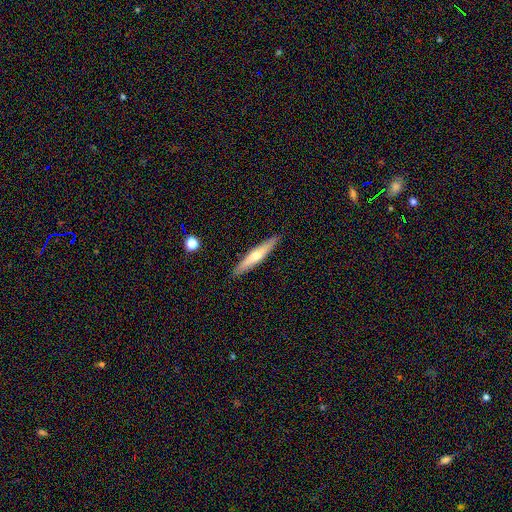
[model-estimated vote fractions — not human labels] smooth 50%, featured or disk 44%, star or artifact 6%. Down the decision tree: how rounded — cigar-shaped (91%); merging — none (90%).